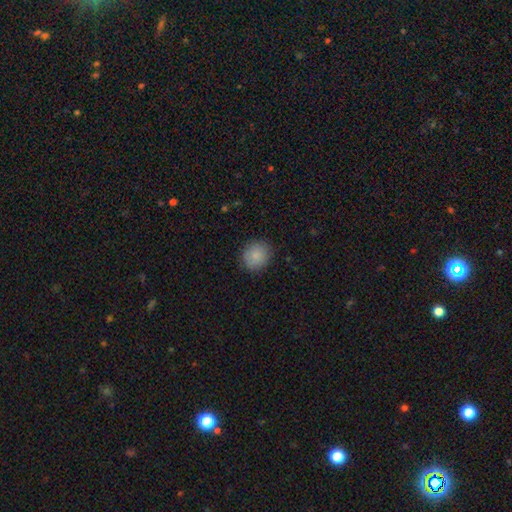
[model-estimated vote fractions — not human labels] Smooth or featured: smooth — 87% (star or artifact — 8%)
How rounded: round — 81% (in between — 18%)
Merging: none — 86% (minor disturbance — 10%)